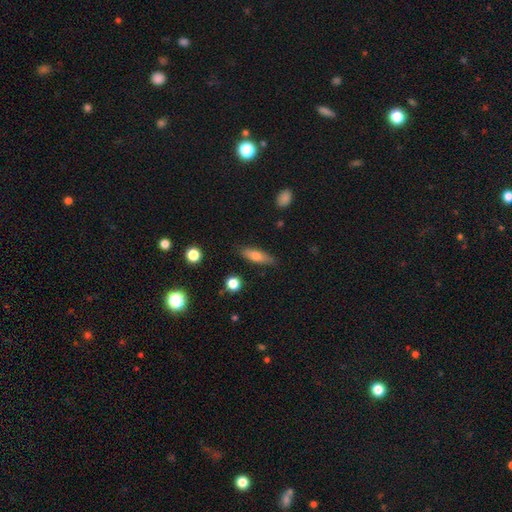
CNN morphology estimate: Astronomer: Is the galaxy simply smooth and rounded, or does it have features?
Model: smooth — 72%.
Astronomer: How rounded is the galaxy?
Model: cigar-shaped — 54% (runner-up: in between, 43%).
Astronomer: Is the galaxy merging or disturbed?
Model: none — 84%.